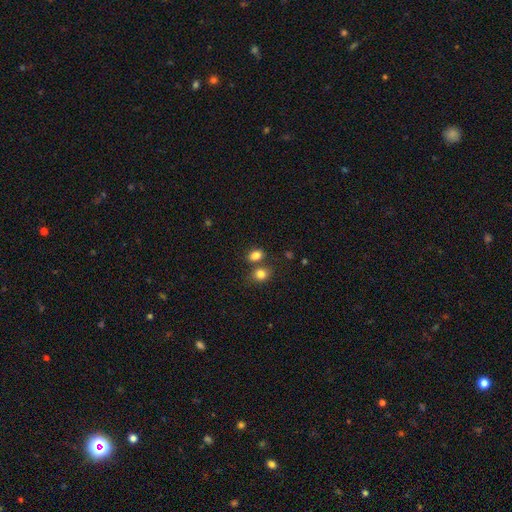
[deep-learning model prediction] A smooth galaxy with no disk features (83%) that is in between round and cigar-shaped (64%). Merging: none (58%).